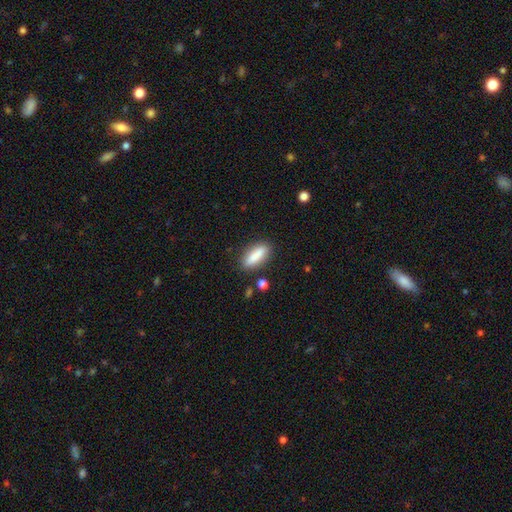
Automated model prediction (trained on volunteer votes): The model was most divided on "how rounded": in between: 54%, cigar-shaped: 44%, round: 2%. More confident: merging — none (85%); smooth or featured — smooth (84%).